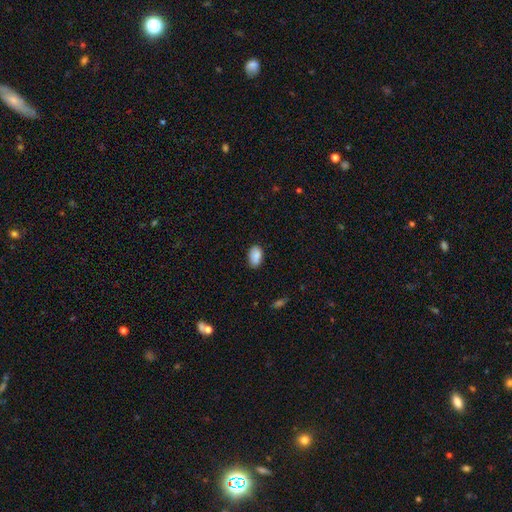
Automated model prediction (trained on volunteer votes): A smooth galaxy with no disk features (86%) that is in between round and cigar-shaped (90%).

Vote fractions:
- Smooth or featured? smooth: 86% / star or artifact: 8% / featured or disk: 6%
- How rounded? in between: 90% / round: 8% / cigar-shaped: 1%
- Merging? none: 72% / minor disturbance: 21% / merger: 4% / major disturbance: 3%